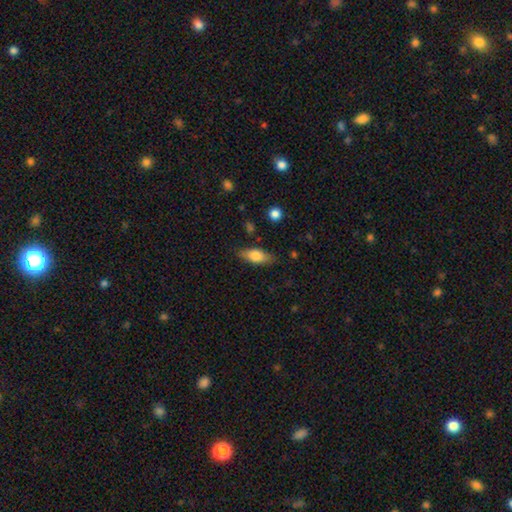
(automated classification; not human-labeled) Overall: smooth (74%). How rounded: in between (78%). Merging: none (81%).